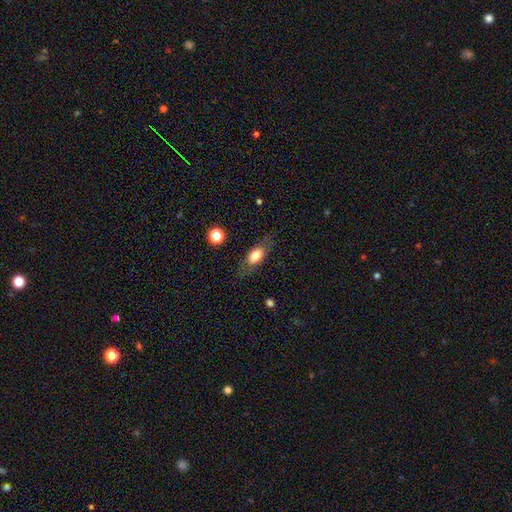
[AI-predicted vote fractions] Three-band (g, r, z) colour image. It shows a smooth galaxy with no disk features (68%) that is in between round and cigar-shaped (79%). Merging: none (77%).